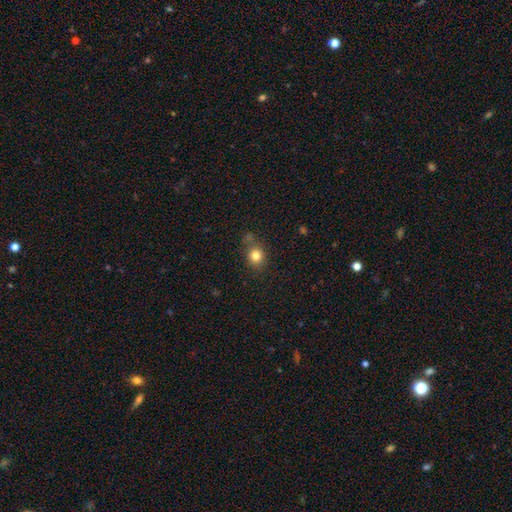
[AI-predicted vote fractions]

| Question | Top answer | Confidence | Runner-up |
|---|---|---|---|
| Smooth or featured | smooth | 81% | star or artifact (12%) |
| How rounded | round | 78% | in between (21%) |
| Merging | none | 72% | minor disturbance (15%) |